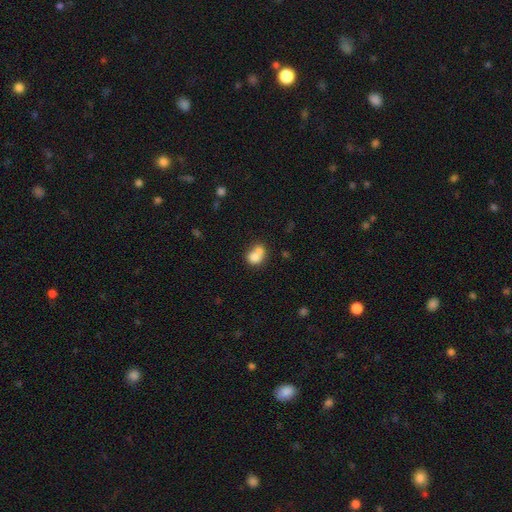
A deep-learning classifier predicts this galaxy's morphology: Q: Smooth or featured?
A: smooth (74%); runner-up: featured or disk (16%)
Q: How rounded?
A: round (61%); runner-up: in between (38%)
Q: Merging?
A: merger (62%); runner-up: none (26%)